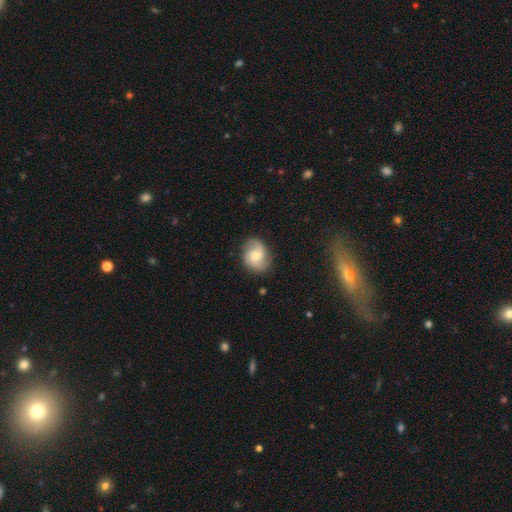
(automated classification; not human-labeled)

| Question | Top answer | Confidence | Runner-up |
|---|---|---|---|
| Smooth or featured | featured or disk | 56% | smooth (36%) |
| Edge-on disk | no | 97% | yes (3%) |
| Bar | no | 65% | weak (29%) |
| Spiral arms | yes | 89% | no (11%) |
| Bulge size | moderate | 56% | small (37%) |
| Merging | none | 79% | minor disturbance (15%) |